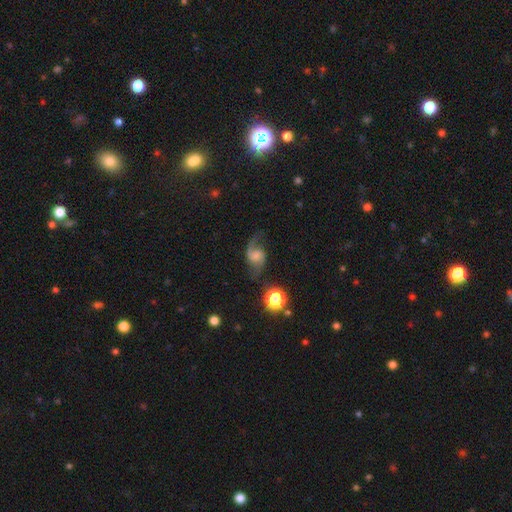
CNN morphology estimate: type=featured or disk (73%); edge-on=no (98%); bar=no (59%); spiral arms=yes (94%); winding=loose (69%); arm count=2 (80%); bulge=small (45%); merging=none (58%).